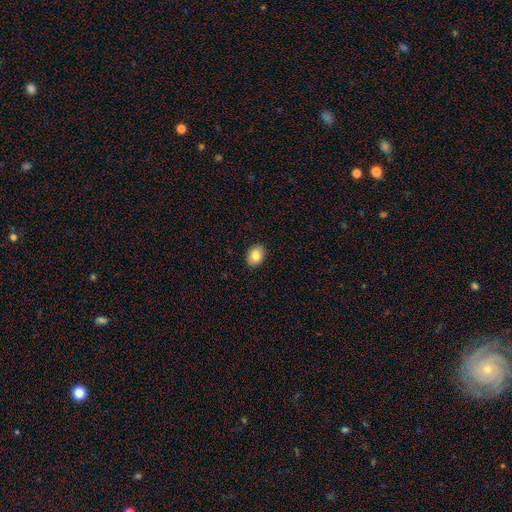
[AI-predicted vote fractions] Smooth or featured? Predicted: smooth (p=0.83). How rounded? Predicted: in between (p=0.69). Merging? Predicted: none (p=0.90).